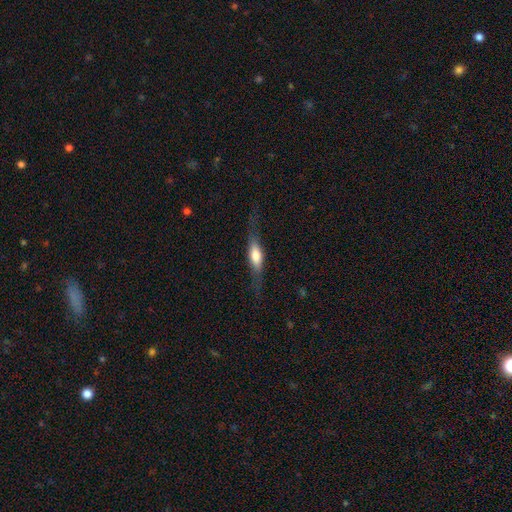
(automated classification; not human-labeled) Smooth or featured?
  - featured or disk: 48% *
  - smooth: 46%
  - star or artifact: 6%
Merging?
  - none: 71% *
  - minor disturbance: 18%
  - major disturbance: 10%
  - merger: 1%